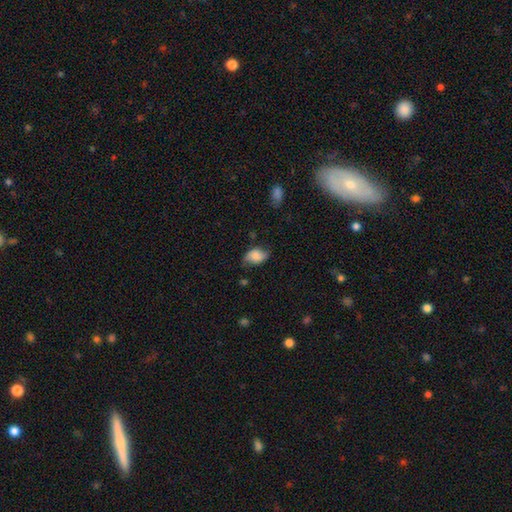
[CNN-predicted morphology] Q: Smooth or featured?
A: smooth (71%); runner-up: featured or disk (20%)
Q: How rounded?
A: in between (85%); runner-up: round (14%)
Q: Merging?
A: none (60%); runner-up: minor disturbance (29%)